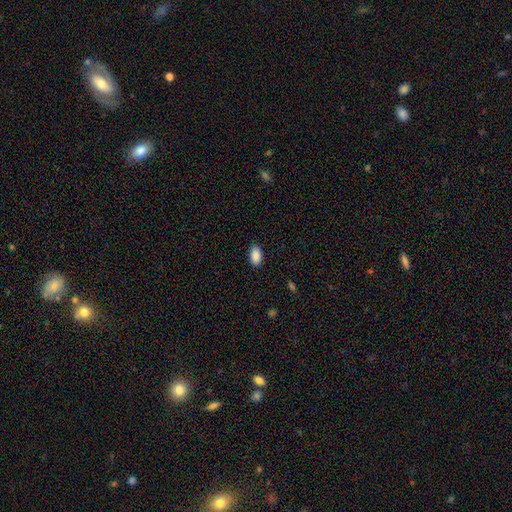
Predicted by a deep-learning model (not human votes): Morphology: type=smooth (90%); roundness=in between (94%); merging=none (88%).